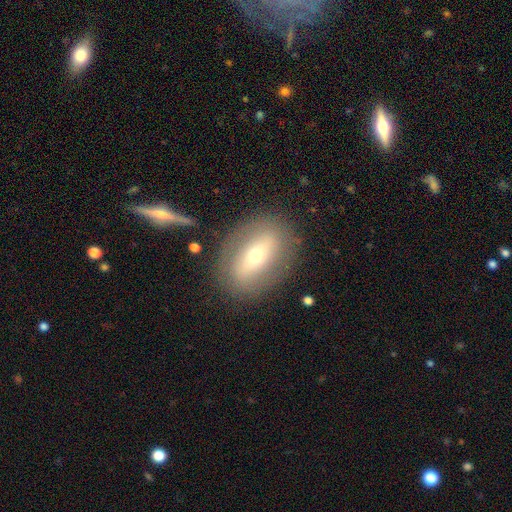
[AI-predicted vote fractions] A featured or disk galaxy (46%).

Vote fractions:
- Smooth or featured? featured or disk: 46% / smooth: 45% / star or artifact: 9%
- Merging? none: 81% / minor disturbance: 11% / major disturbance: 5% / merger: 3%